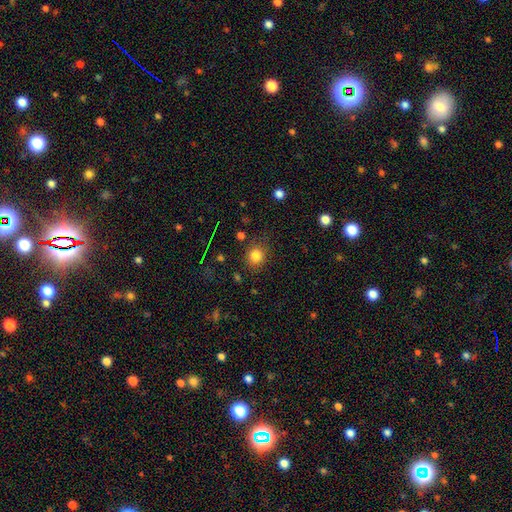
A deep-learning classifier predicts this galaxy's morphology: A smooth galaxy with no disk features (81%) that is round (82%).

Vote fractions:
- Smooth or featured? smooth: 81% / star or artifact: 13% / featured or disk: 6%
- How rounded? round: 82% / in between: 17% / cigar-shaped: 1%
- Merging? none: 80% / minor disturbance: 13% / major disturbance: 4% / merger: 3%